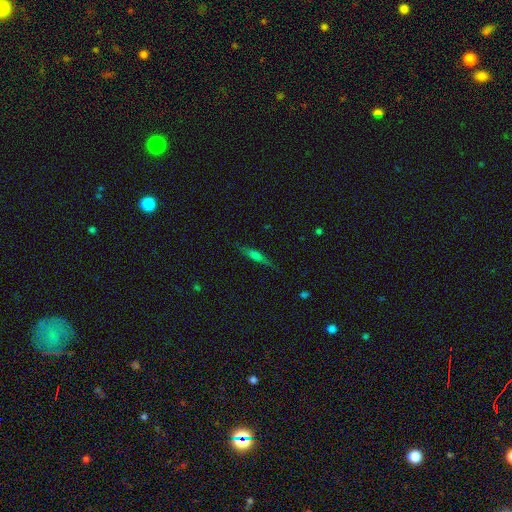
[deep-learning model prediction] This appears to be a smooth galaxy with no disk features (50%) that is cigar-shaped (80%). Merging: none (81%).